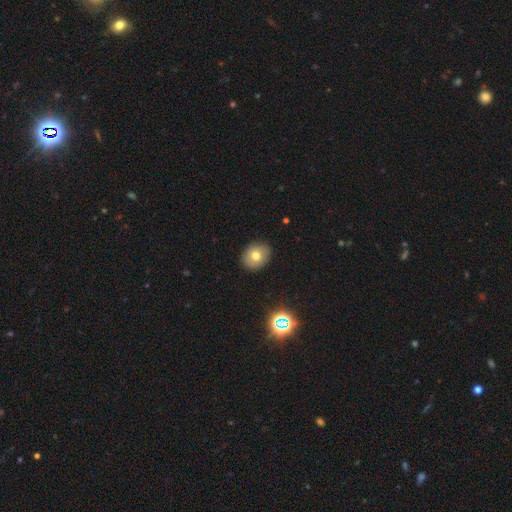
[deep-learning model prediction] smooth-or-featured: smooth: 73% | featured or disk: 15% | star or artifact: 12%
  how-rounded: round: 60% | in between: 40% | cigar-shaped: 1%
  merging: none: 89% | minor disturbance: 8% | major disturbance: 2% | merger: 1%